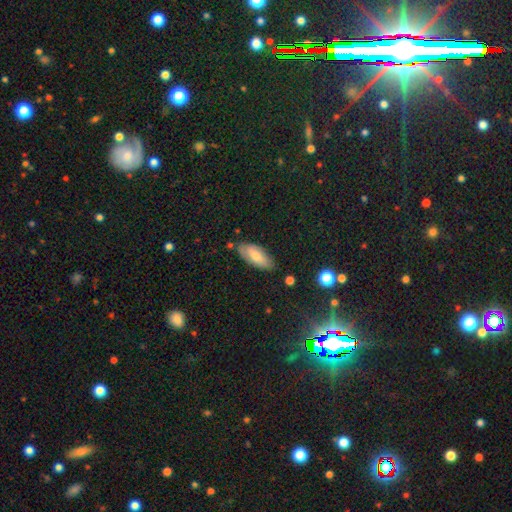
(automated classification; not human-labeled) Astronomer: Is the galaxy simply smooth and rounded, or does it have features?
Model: smooth — 71%.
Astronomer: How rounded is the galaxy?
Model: in between — 85%.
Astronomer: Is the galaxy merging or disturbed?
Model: none — 76%.